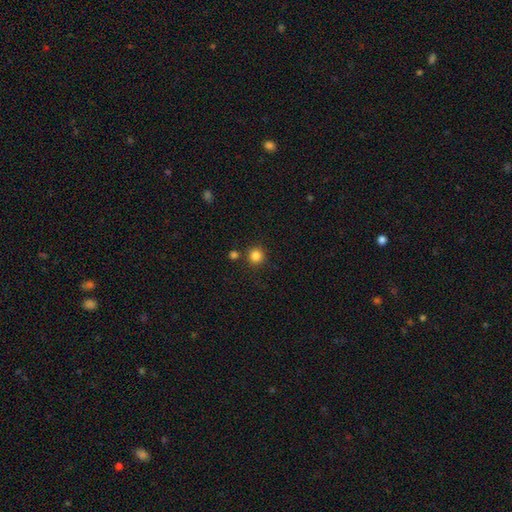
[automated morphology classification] Smooth or featured? Predicted: smooth (p=0.84). How rounded? Predicted: round (p=0.95). Merging? Predicted: none (p=0.84).